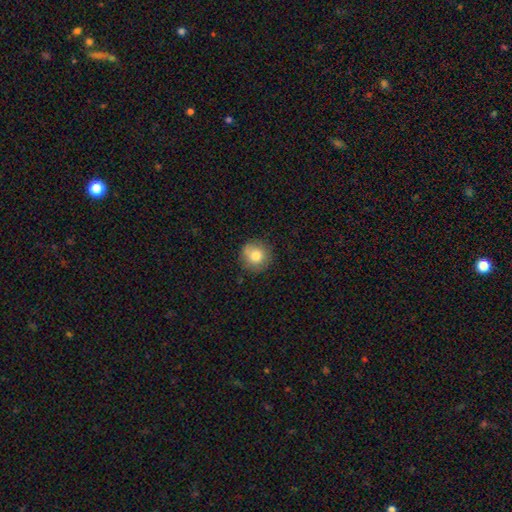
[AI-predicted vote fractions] Q: Smooth or featured?
A: smooth (80%); runner-up: featured or disk (11%)
Q: How rounded?
A: round (93%); runner-up: in between (6%)
Q: Merging?
A: none (86%); runner-up: minor disturbance (11%)